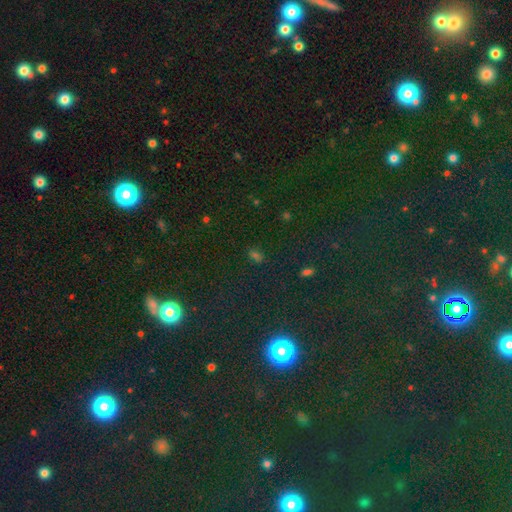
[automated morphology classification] Smooth or featured? star or artifact (47%)